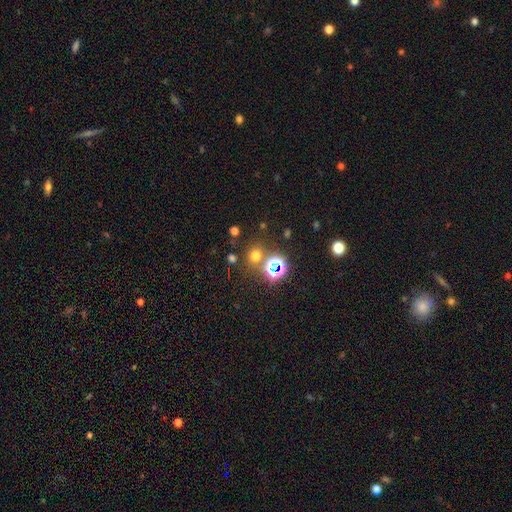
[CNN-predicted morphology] Q: Smooth or featured?
A: smooth (60%); runner-up: star or artifact (32%)
Q: How rounded?
A: round (78%); runner-up: in between (21%)
Q: Merging?
A: none (75%); runner-up: merger (12%)